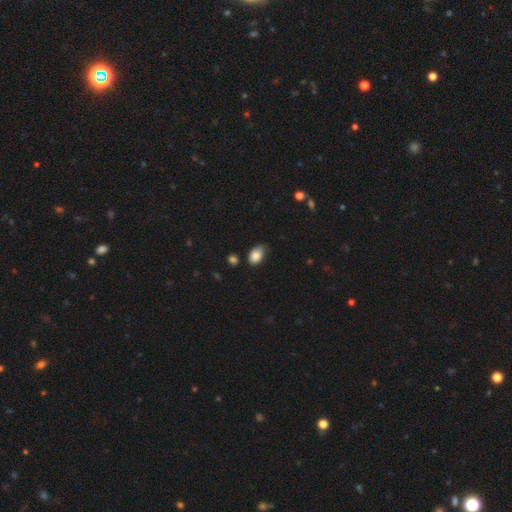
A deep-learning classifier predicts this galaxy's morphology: Smooth or featured? smooth (86%)
How rounded? in between (86%)
Merging? none (68%)